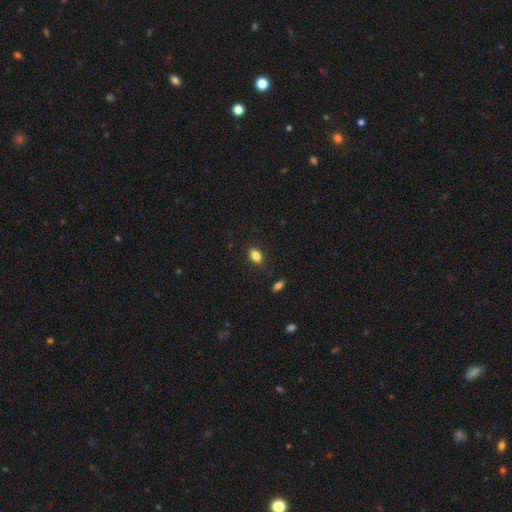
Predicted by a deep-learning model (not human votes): Smooth or featured? smooth (84%)
How rounded? in between (79%)
Merging? none (85%)